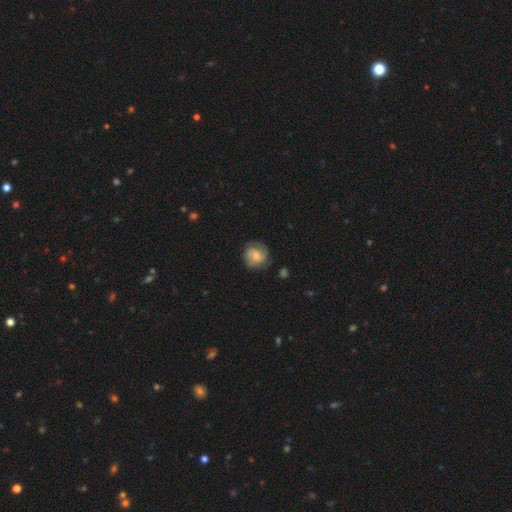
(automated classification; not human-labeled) A featured or disk galaxy (54%) with no bar (60%), spiral arms (89%) and a small central bulge (44%).

Vote fractions:
- Smooth or featured? featured or disk: 54% / smooth: 39% / star or artifact: 7%
- Edge-on disk? no: 98% / yes: 2%
- Bar? no: 60% / weak: 34% / strong: 6%
- Spiral arms? yes: 89% / no: 11%
- Bulge size? small: 44% / moderate: 40% / none: 8% / large: 6% / dominant: 2%
- Merging? none: 73% / minor disturbance: 19% / major disturbance: 7% / merger: 1%